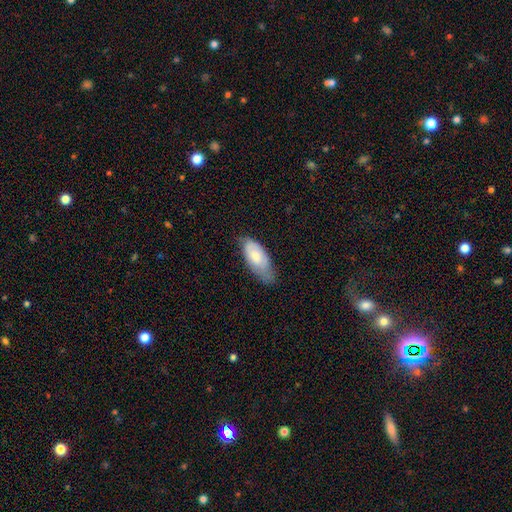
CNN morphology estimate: The model was most divided on "merging": none: 47%, minor disturbance: 41%, major disturbance: 11%, merger: 2%. More confident: how rounded — in between (89%); smooth or featured — smooth (67%).